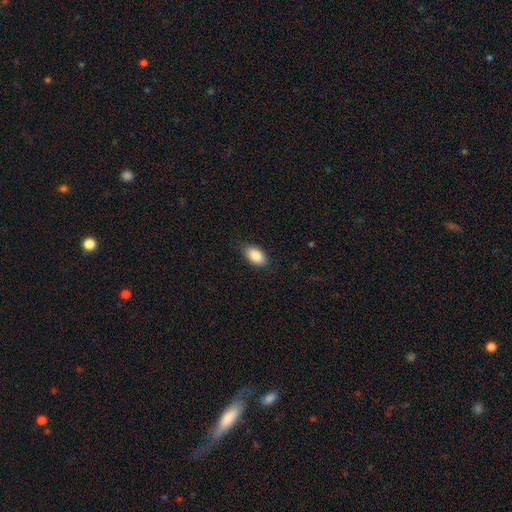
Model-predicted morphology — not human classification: smooth-or-featured: smooth: 87% | star or artifact: 7% | featured or disk: 6%
  how-rounded: in between: 92% | round: 6% | cigar-shaped: 2%
  merging: none: 83% | minor disturbance: 14% | major disturbance: 3% | merger: 1%